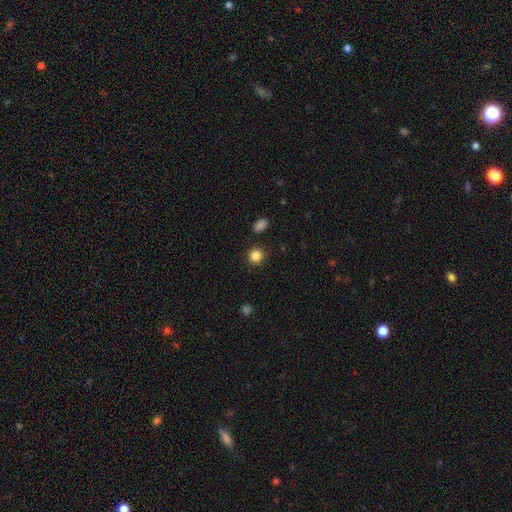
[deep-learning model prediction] smooth 85%, star or artifact 11%, featured or disk 4%. Down the decision tree: how rounded — round (91%); merging — none (90%).